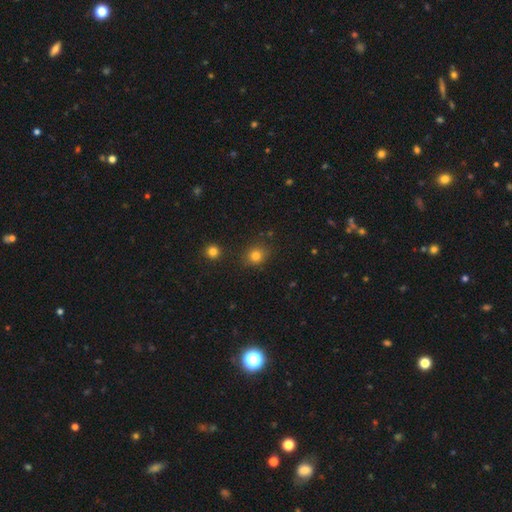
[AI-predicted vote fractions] Q: Smooth or featured?
A: smooth (80%); runner-up: star or artifact (14%)
Q: How rounded?
A: round (80%); runner-up: in between (19%)
Q: Merging?
A: none (85%); runner-up: minor disturbance (9%)